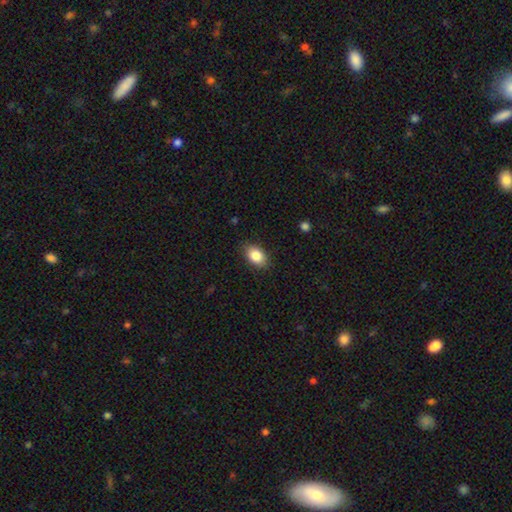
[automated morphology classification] smooth_or_featured: smooth (p=0.85) [alt: star or artifact p=0.08]
how_rounded: in between (p=0.85) [alt: round p=0.14]
merging: none (p=0.85) [alt: minor disturbance p=0.11]